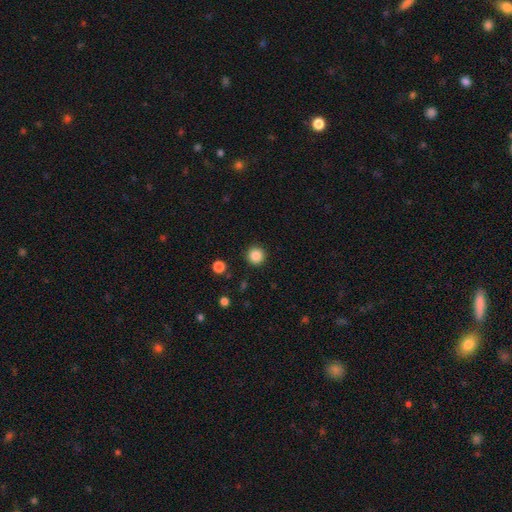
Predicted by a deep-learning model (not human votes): smooth 86%, star or artifact 11%, featured or disk 3%. Down the decision tree: how rounded — round (95%); merging — none (92%).